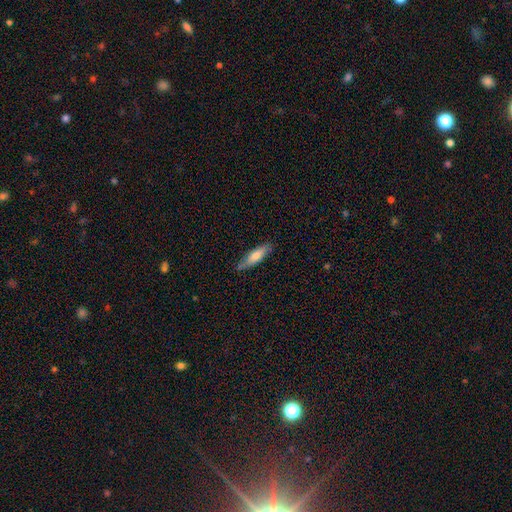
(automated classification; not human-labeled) Smooth or featured? smooth (64%)
How rounded? cigar-shaped (70%)
Merging? none (81%)